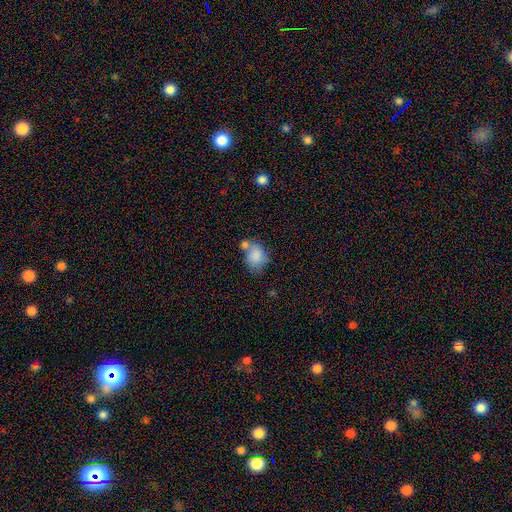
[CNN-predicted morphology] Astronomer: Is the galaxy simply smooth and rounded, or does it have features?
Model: smooth — 82%.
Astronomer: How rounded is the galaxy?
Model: in between — 57% (runner-up: round, 42%).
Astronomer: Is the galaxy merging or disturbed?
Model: none — 38% (runner-up: merger, 34%).